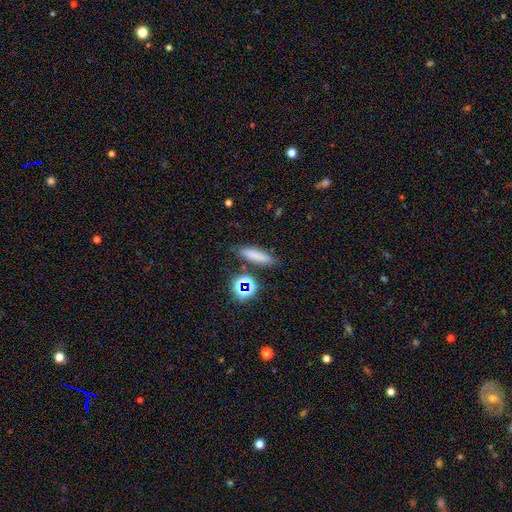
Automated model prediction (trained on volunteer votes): Smooth or featured?
  - smooth: 76% *
  - star or artifact: 14%
  - featured or disk: 10%
How rounded?
  - cigar-shaped: 68% *
  - in between: 27%
  - round: 5%
Merging?
  - none: 83% *
  - minor disturbance: 10%
  - merger: 4%
  - major disturbance: 3%